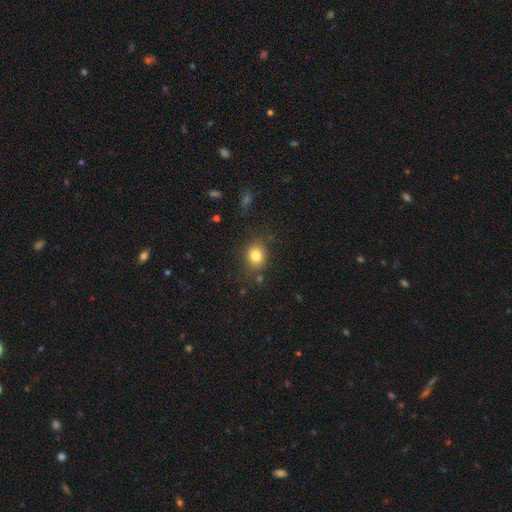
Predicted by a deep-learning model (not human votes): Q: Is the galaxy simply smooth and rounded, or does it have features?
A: smooth — 80%.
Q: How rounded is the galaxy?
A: round — 64%.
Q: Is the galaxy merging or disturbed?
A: none — 80%.